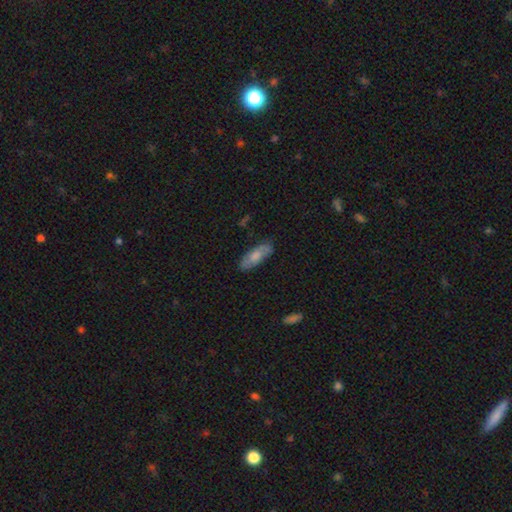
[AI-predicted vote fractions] Overall: smooth (62%; featured or disk 32%). How rounded: in between (67%; cigar-shaped 31%). Merging: none (79%).